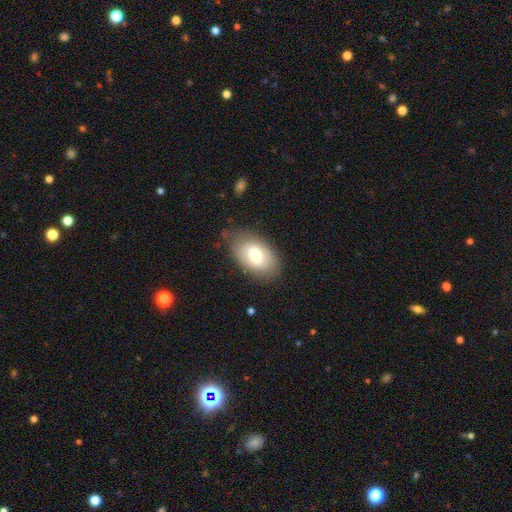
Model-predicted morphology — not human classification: This is likely a smooth galaxy (71%). How rounded: clearly in between (90%). Merging: likely none (73%).